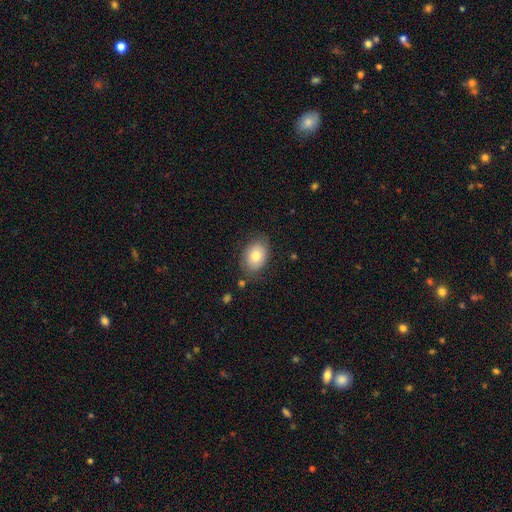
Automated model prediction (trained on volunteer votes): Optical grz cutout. It shows a smooth galaxy with no disk features (77%) that is in between round and cigar-shaped (77%). Merging: none (77%).